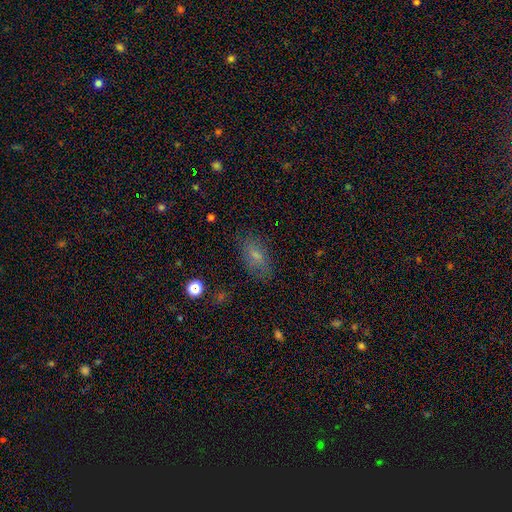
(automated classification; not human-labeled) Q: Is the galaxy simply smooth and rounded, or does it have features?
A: smooth — 71%.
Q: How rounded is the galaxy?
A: in between — 85%.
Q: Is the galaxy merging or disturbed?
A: none — 76%.